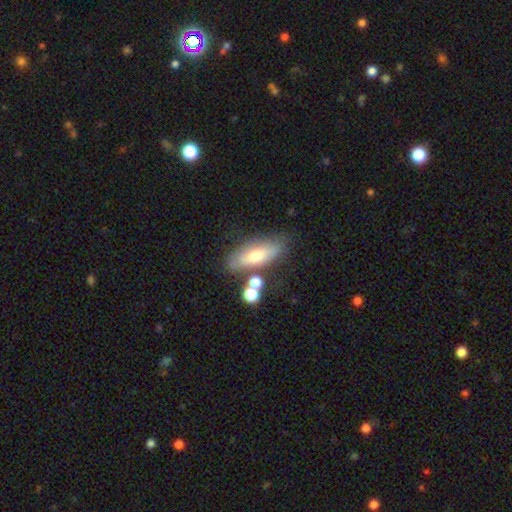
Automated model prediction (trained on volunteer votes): Smooth or featured? smooth (58%)
How rounded? in between (65%)
Merging? none (67%)